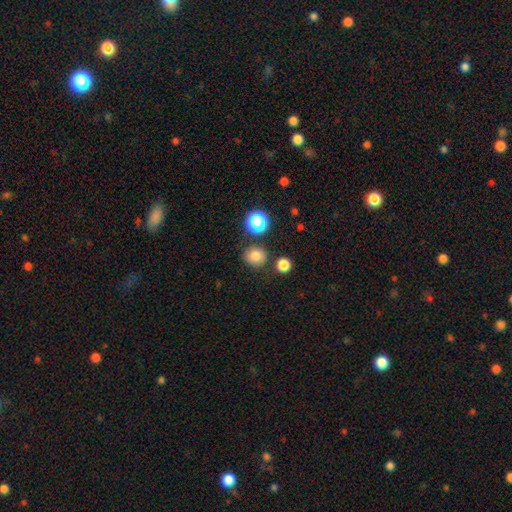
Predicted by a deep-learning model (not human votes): Overall: smooth (79%). How rounded: round (85%). Merging: none (81%).